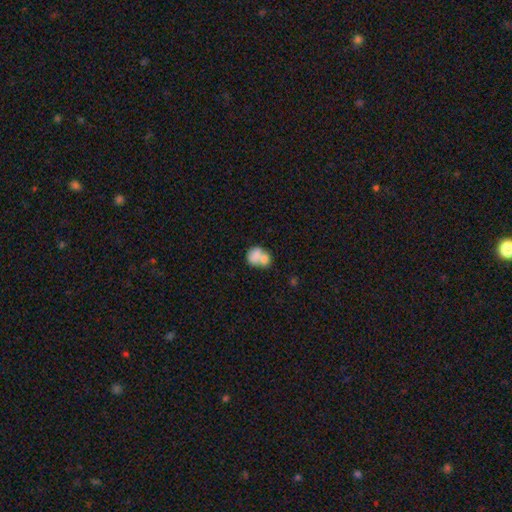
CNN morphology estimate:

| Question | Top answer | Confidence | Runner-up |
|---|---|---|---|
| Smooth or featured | smooth | 74% | featured or disk (18%) |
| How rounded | round | 50% | in between (48%) |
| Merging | merger | 61% | none (24%) |